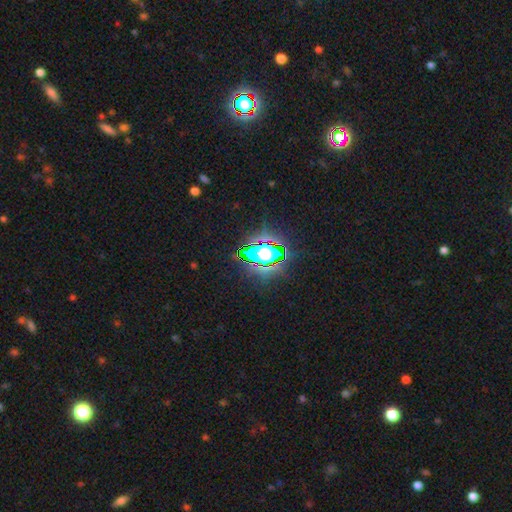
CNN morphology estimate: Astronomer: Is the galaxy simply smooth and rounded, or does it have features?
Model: star or artifact — 80%.